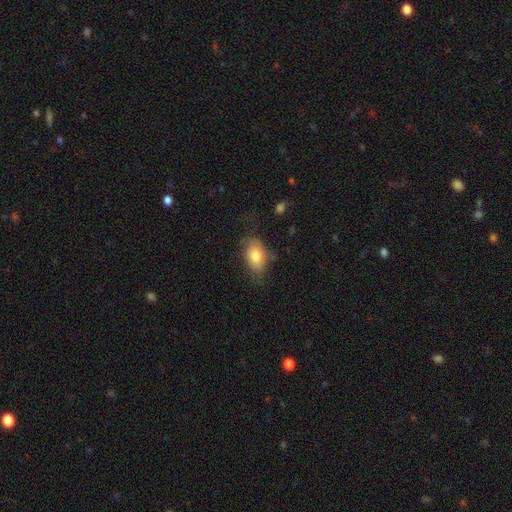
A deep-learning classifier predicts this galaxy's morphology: Smooth or featured? Predicted: smooth (p=0.78). How rounded? Predicted: in between (p=0.88). Merging? Predicted: none (p=0.60).